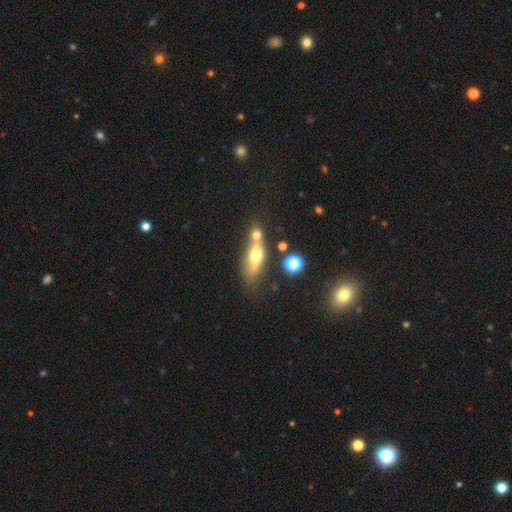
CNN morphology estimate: The model was most divided on "merging": none: 41%, merger: 37%, minor disturbance: 15%, major disturbance: 7%. More confident: how rounded — in between (63%); smooth or featured — smooth (61%).